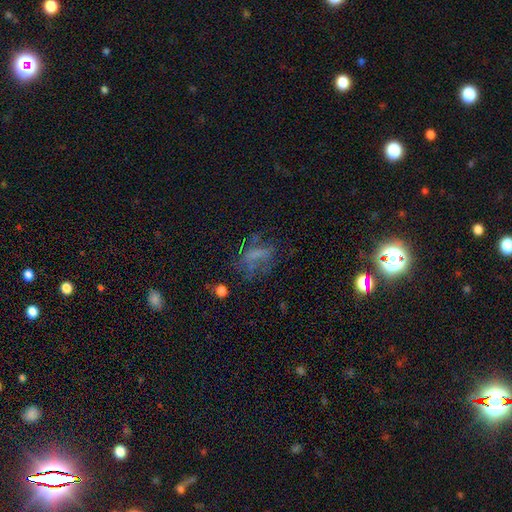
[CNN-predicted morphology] The model was most divided on "smooth or featured": smooth: 39%, featured or disk: 37%, star or artifact: 24%. Remaining: merging — none (46%).